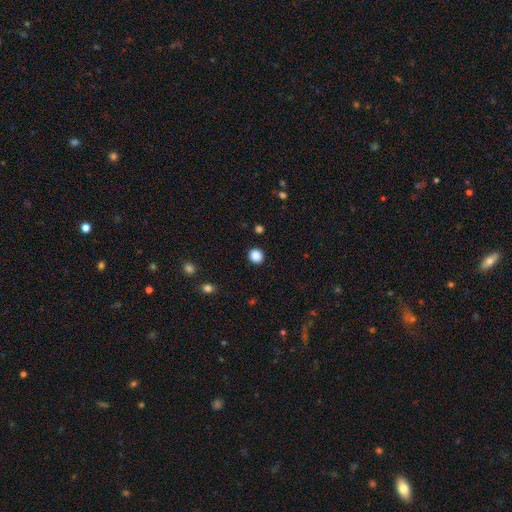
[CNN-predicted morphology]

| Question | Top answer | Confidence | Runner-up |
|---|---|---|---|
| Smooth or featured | smooth | 87% | star or artifact (10%) |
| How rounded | round | 87% | in between (12%) |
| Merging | none | 91% | minor disturbance (5%) |